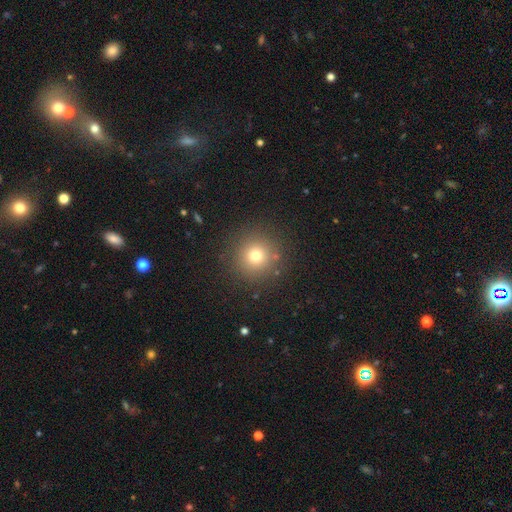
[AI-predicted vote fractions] Smooth or featured?
  - smooth: 74% *
  - star or artifact: 17%
  - featured or disk: 9%
How rounded?
  - round: 95% *
  - in between: 4%
  - cigar-shaped: 1%
Merging?
  - none: 88% *
  - minor disturbance: 7%
  - major disturbance: 4%
  - merger: 2%